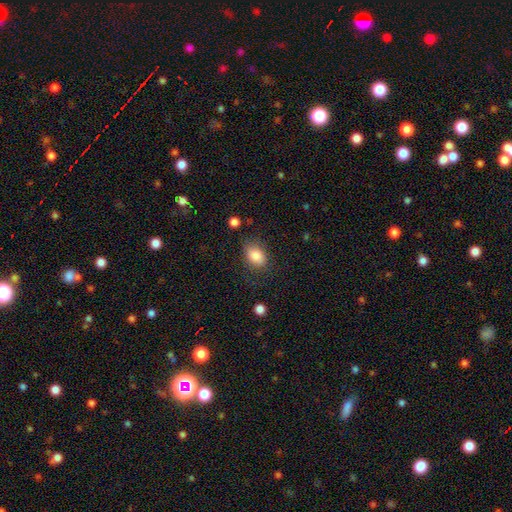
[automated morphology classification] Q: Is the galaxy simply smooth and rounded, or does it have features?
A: smooth — 86%.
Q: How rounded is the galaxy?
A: in between — 80%.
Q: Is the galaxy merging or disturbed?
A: none — 72%.